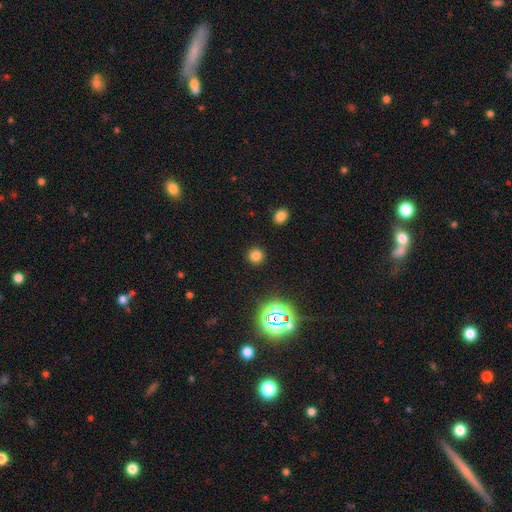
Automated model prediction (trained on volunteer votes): A smooth galaxy with no disk features (74%) that is round (93%). Merging: none (91%).